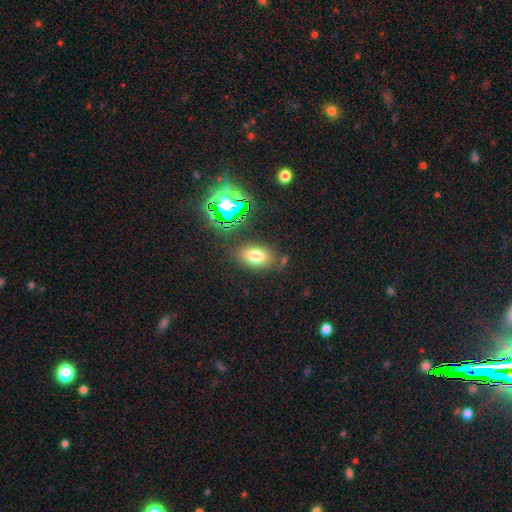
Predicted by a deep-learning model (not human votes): This is likely a smooth galaxy (70%). How rounded: clearly in between (87%). Merging: likely none (79%).